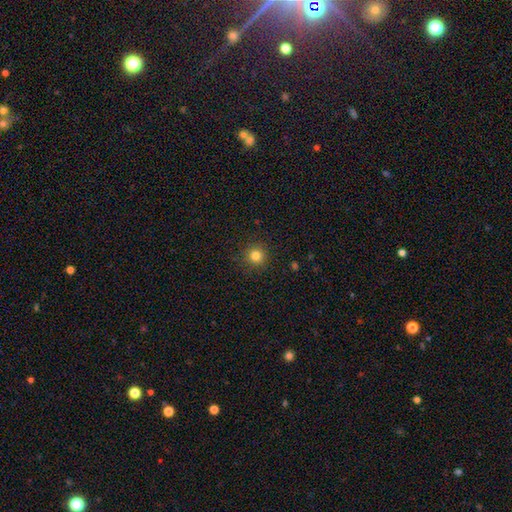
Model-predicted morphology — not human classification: A smooth galaxy with no disk features (82%) that is round (95%). Merging: none (91%).